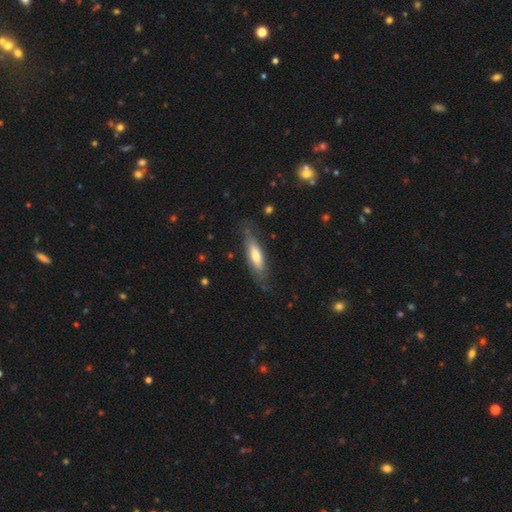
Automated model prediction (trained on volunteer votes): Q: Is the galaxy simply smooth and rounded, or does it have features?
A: smooth — 53%.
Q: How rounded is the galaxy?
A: cigar-shaped — 54%.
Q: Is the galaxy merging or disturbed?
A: none — 72%.